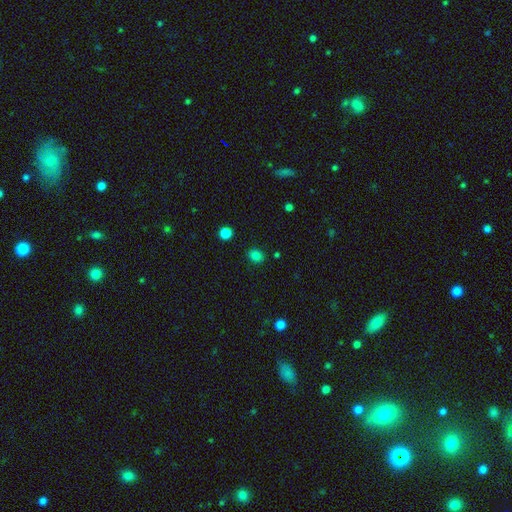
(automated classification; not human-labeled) Smooth or featured? smooth (82%)
How rounded? round (50%)
Merging? none (87%)